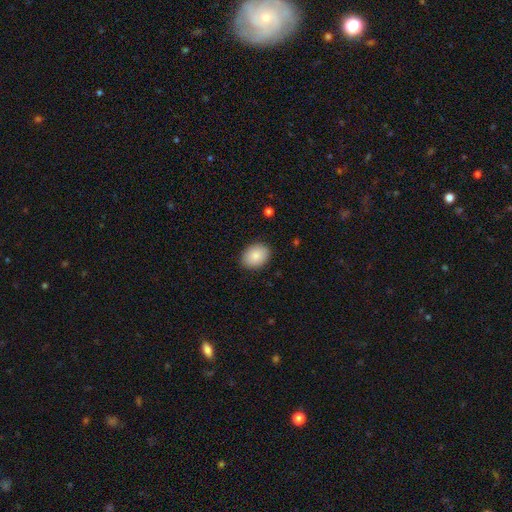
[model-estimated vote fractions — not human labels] The model was most divided on "how rounded": in between: 68%, round: 31%, cigar-shaped: 1%. More confident: merging — none (88%); smooth or featured — smooth (86%).